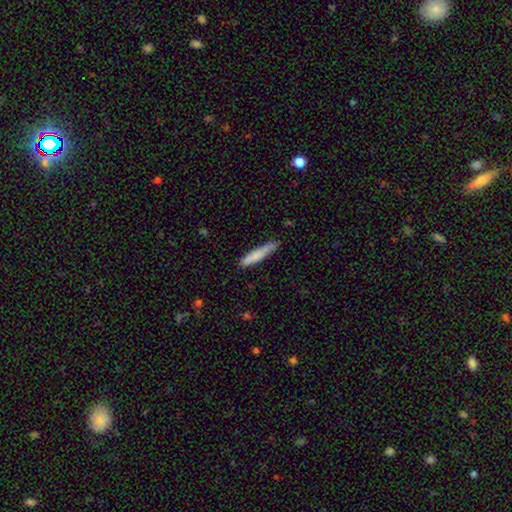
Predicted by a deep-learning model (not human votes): A smooth galaxy with no disk features (78%) that is cigar-shaped (91%).

Vote fractions:
- Smooth or featured? smooth: 78% / featured or disk: 17% / star or artifact: 6%
- How rounded? cigar-shaped: 91% / in between: 8% / round: 1%
- Merging? none: 71% / minor disturbance: 23% / major disturbance: 4% / merger: 2%